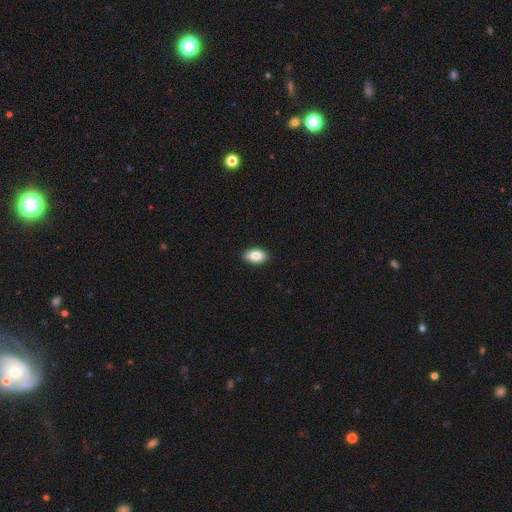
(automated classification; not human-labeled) The model was most divided on "smooth or featured": smooth: 84%, featured or disk: 9%, star or artifact: 7%. More confident: how rounded — in between (91%); merging — none (88%).